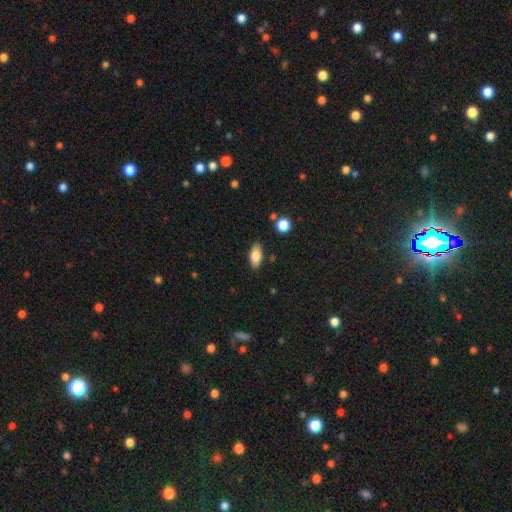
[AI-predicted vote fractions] A smooth galaxy with no disk features (80%) that is in between round and cigar-shaped (89%). Merging: none (83%).